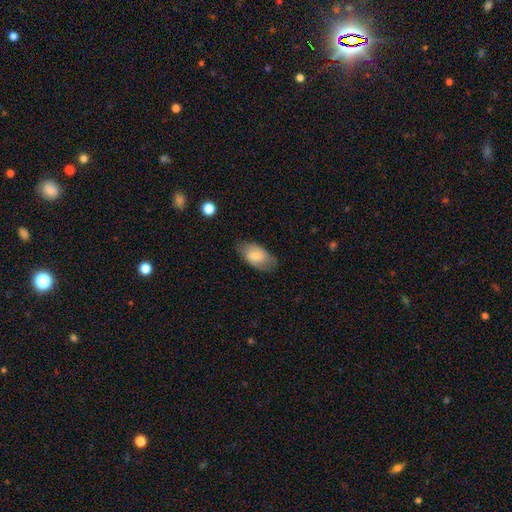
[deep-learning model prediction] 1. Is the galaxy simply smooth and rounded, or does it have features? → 72% smooth, 21% featured or disk, 7% star or artifact.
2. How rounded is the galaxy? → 92% in between, 6% round, 2% cigar-shaped.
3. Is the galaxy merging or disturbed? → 72% none, 21% minor disturbance, 6% major disturbance, 1% merger.